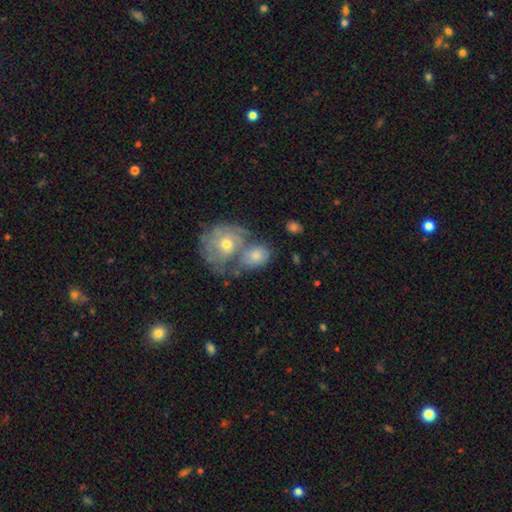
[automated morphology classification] Q: Smooth or featured?
A: smooth (47%); runner-up: featured or disk (44%)
Q: Merging?
A: merger (56%); runner-up: none (26%)